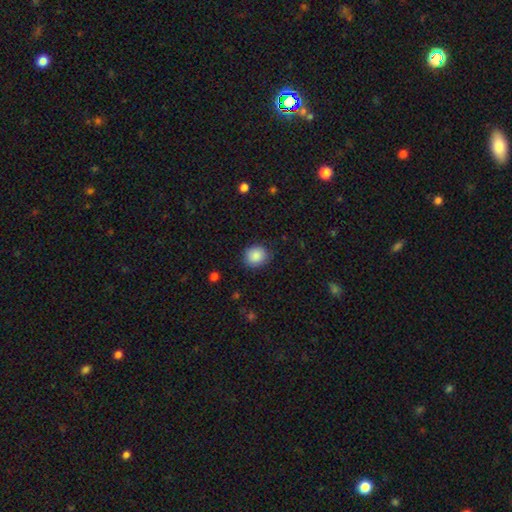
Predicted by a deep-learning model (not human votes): Smooth or featured?
  - smooth: 88% *
  - star or artifact: 8%
  - featured or disk: 4%
How rounded?
  - round: 72% *
  - in between: 27%
  - cigar-shaped: 1%
Merging?
  - none: 85% *
  - minor disturbance: 11%
  - major disturbance: 3%
  - merger: 1%